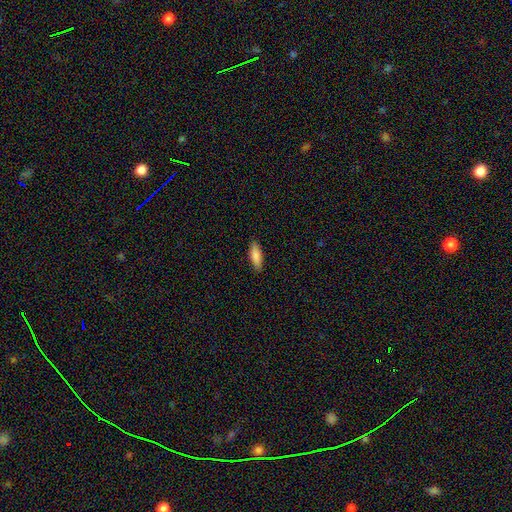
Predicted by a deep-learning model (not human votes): Overall: smooth (83%). How rounded: in between (50%; cigar-shaped 48%). Merging: none (89%).